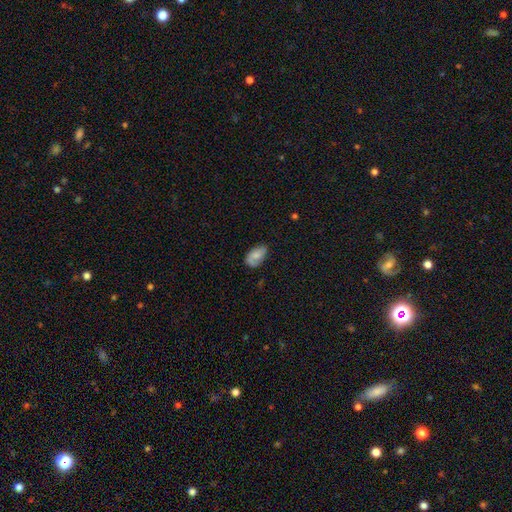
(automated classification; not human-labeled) Q: Smooth or featured?
A: smooth (70%); runner-up: featured or disk (22%)
Q: How rounded?
A: in between (92%); runner-up: round (6%)
Q: Merging?
A: none (60%); runner-up: minor disturbance (30%)